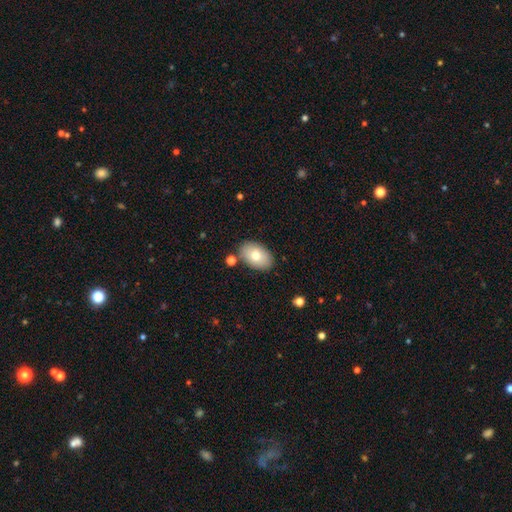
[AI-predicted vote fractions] Q: Smooth or featured?
A: smooth (74%); runner-up: featured or disk (18%)
Q: How rounded?
A: in between (89%); runner-up: round (10%)
Q: Merging?
A: none (82%); runner-up: minor disturbance (11%)